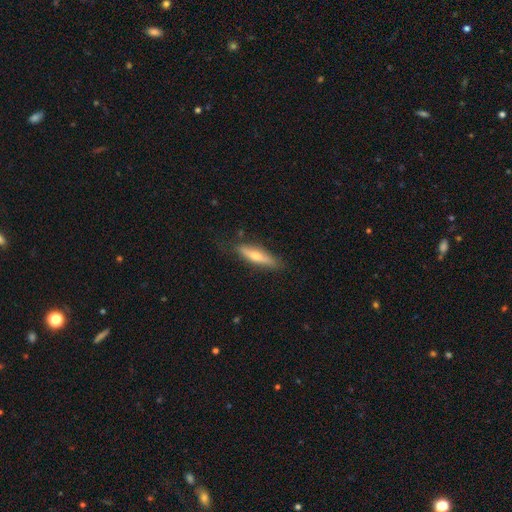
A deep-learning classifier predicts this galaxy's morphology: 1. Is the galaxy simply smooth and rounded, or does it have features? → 50% smooth, 44% featured or disk, 6% star or artifact.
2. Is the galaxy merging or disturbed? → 80% none, 16% minor disturbance, 3% major disturbance, 2% merger.